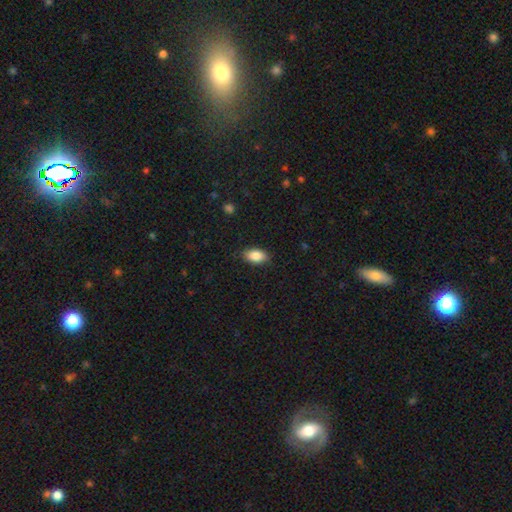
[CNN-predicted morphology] Smooth or featured? smooth (86%)
How rounded? in between (92%)
Merging? none (86%)